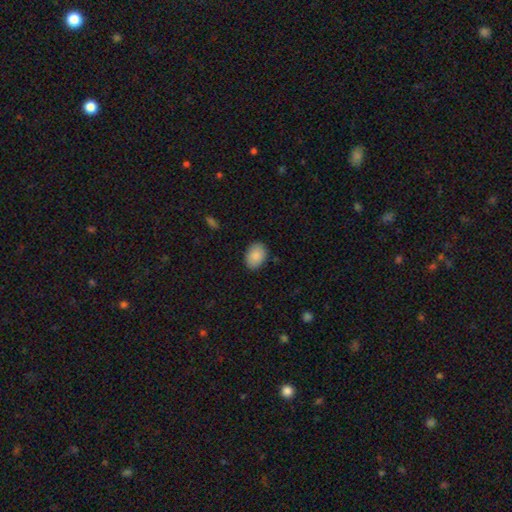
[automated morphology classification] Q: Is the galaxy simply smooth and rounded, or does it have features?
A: smooth — 89%.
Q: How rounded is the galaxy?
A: in between — 77%.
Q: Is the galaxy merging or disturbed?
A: none — 87%.